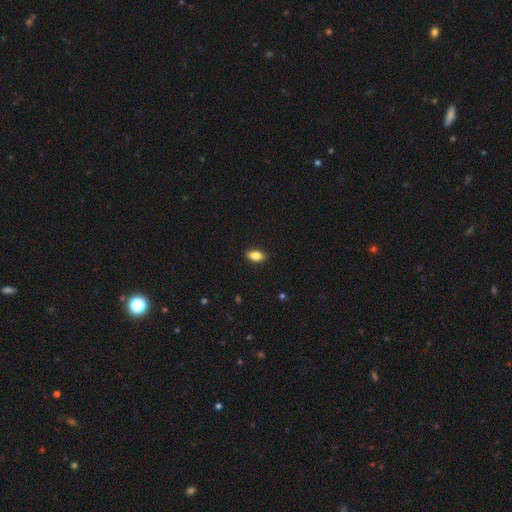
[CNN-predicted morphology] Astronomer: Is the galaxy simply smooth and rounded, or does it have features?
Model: smooth — 83%.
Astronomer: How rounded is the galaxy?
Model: in between — 89%.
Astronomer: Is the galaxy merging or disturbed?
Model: none — 89%.